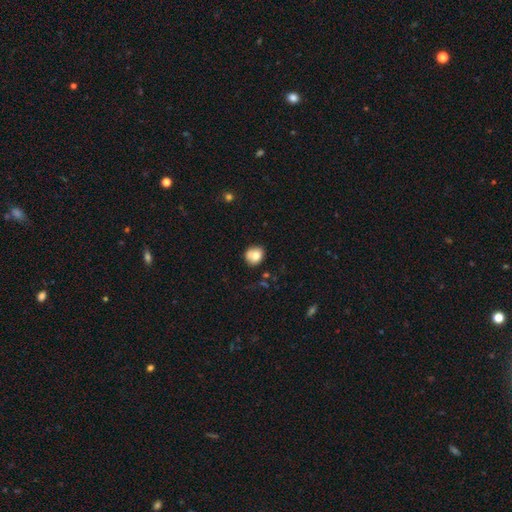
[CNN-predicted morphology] Smooth or featured?
  - smooth: 76% *
  - featured or disk: 14%
  - star or artifact: 10%
How rounded?
  - round: 73% *
  - in between: 26%
  - cigar-shaped: 1%
Merging?
  - none: 66% *
  - minor disturbance: 21%
  - merger: 8%
  - major disturbance: 5%